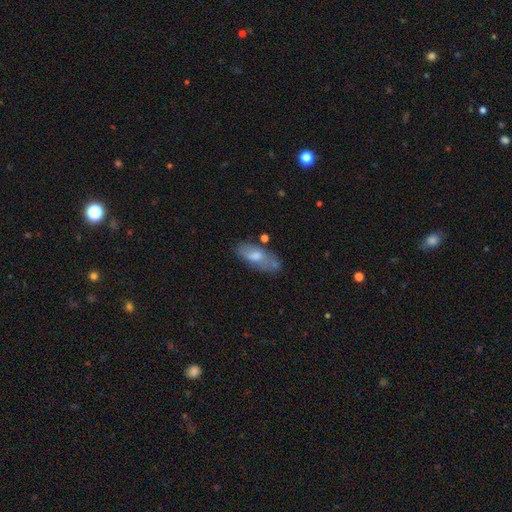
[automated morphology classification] Smooth or featured: smooth — 62% (featured or disk — 31%)
How rounded: in between — 78% (cigar-shaped — 19%)
Merging: none — 65% (minor disturbance — 22%)